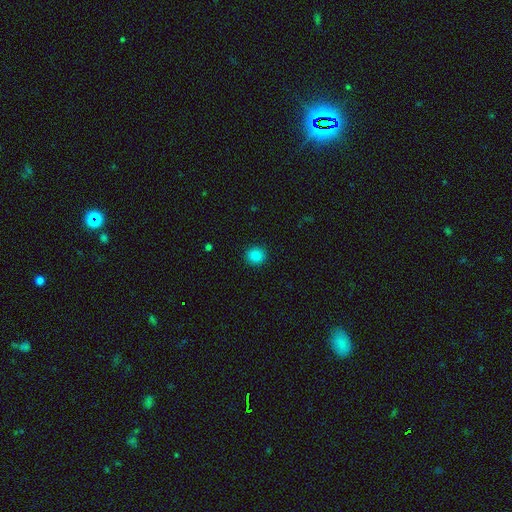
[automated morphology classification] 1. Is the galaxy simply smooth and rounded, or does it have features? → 86% smooth, 11% star or artifact, 3% featured or disk.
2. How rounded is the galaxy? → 88% round, 11% in between, 1% cigar-shaped.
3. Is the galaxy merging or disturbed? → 92% none, 6% minor disturbance, 2% major disturbance, 1% merger.